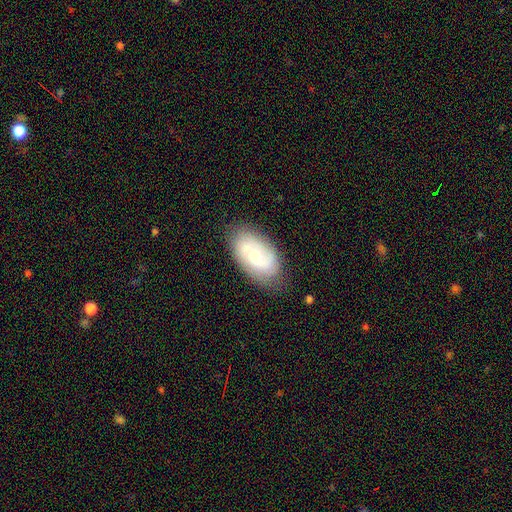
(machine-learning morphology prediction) Smooth or featured: featured or disk — 59% (smooth — 34%)
Edge-on disk: no — 96% (yes — 4%)
Bar: no — 51% (weak — 42%)
Spiral arms: yes — 89% (no — 11%)
Spiral winding: medium — 43% (tight — 31%)
Spiral arm count: 2 — 71% (can't tell — 17%)
Bulge size: small — 46% (moderate — 43%)
Merging: none — 78% (minor disturbance — 16%)